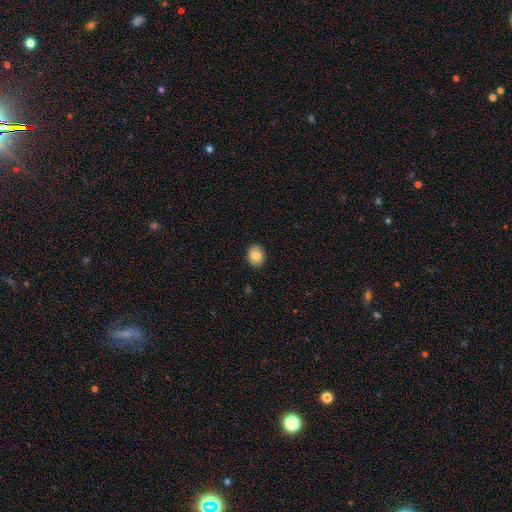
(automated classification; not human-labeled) A smooth galaxy with no disk features (84%) that is round (52%). Merging: none (91%).